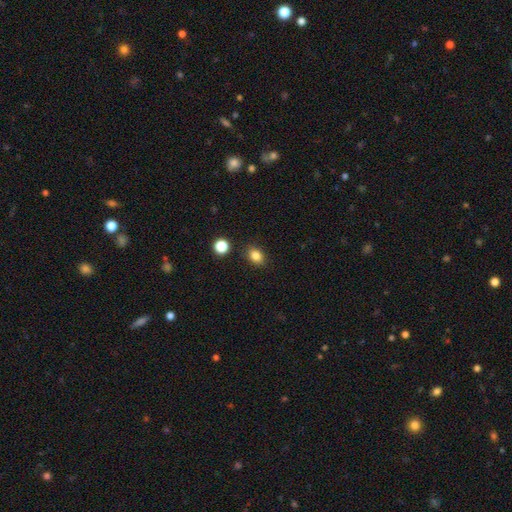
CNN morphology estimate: Smooth or featured: smooth — 84% (star or artifact — 11%)
How rounded: in between — 67% (round — 32%)
Merging: none — 86% (minor disturbance — 9%)